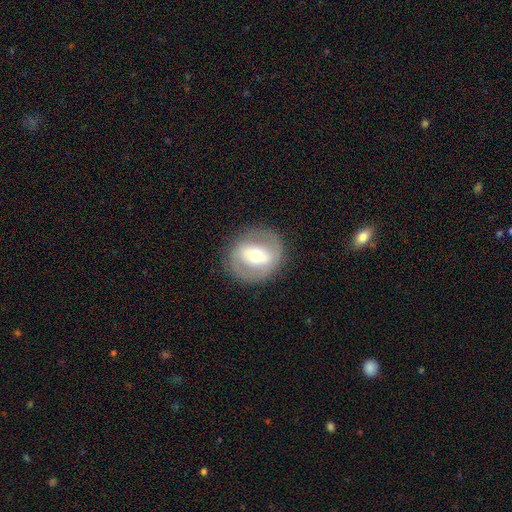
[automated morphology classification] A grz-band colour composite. It shows a featured or disk galaxy (60%) with a strong bar (45%), no spiral arms (54%) and a moderate central bulge (62%). Merging: none (84%).